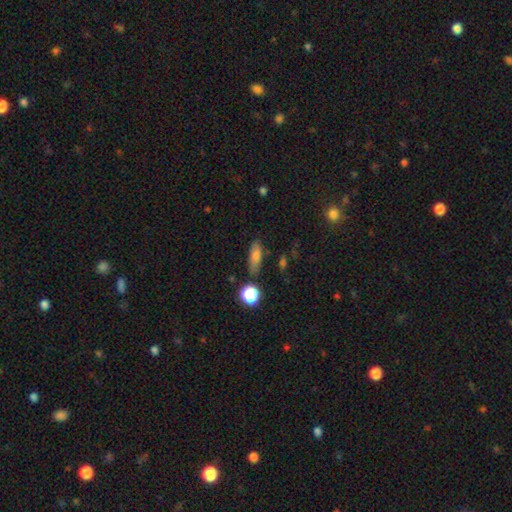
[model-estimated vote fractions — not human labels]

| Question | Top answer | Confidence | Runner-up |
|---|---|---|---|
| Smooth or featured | smooth | 72% | featured or disk (15%) |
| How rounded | in between | 65% | cigar-shaped (27%) |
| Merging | none | 80% | minor disturbance (13%) |